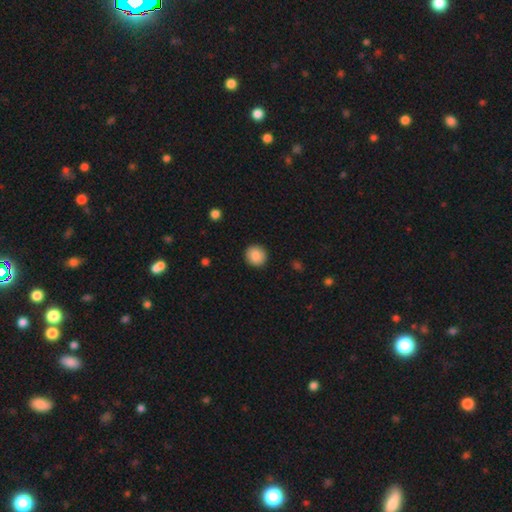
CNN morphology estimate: Smooth or featured: smooth — 88% (star or artifact — 8%)
How rounded: round — 90% (in between — 9%)
Merging: none — 92% (minor disturbance — 5%)